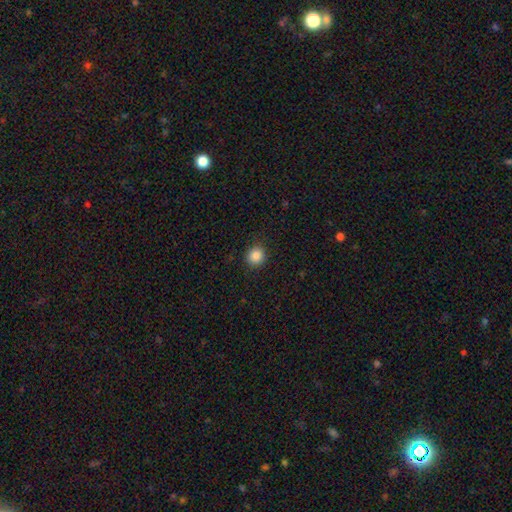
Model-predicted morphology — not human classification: type=smooth (87%); roundness=round (89%); merging=none (90%).